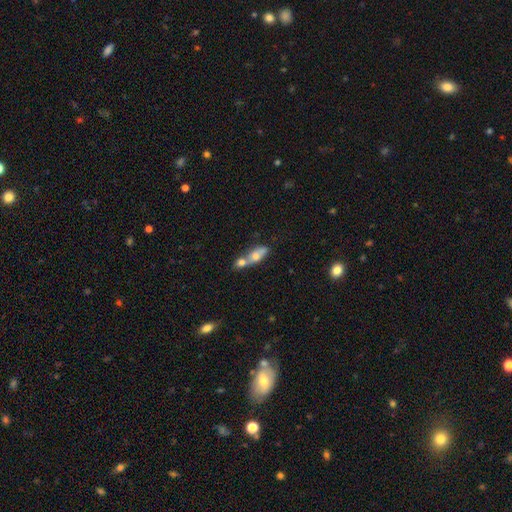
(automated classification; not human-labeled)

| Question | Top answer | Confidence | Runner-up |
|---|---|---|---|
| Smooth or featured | smooth | 61% | featured or disk (31%) |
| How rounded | in between | 65% | cigar-shaped (26%) |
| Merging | merger | 64% | none (22%) |